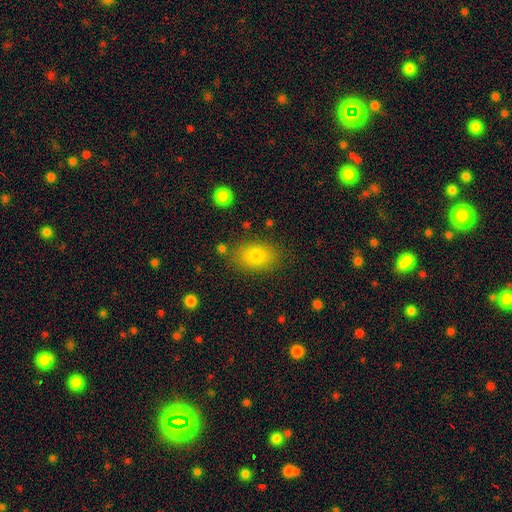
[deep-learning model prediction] Morphology: type=smooth (80%); roundness=in between (79%); merging=none (81%).